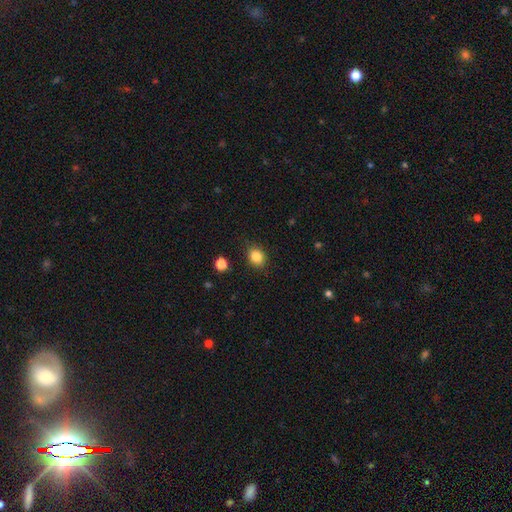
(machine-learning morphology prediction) Smooth or featured?
  - smooth: 85% *
  - star or artifact: 10%
  - featured or disk: 5%
How rounded?
  - round: 56% *
  - in between: 43%
  - cigar-shaped: 1%
Merging?
  - none: 85% *
  - minor disturbance: 11%
  - major disturbance: 3%
  - merger: 2%